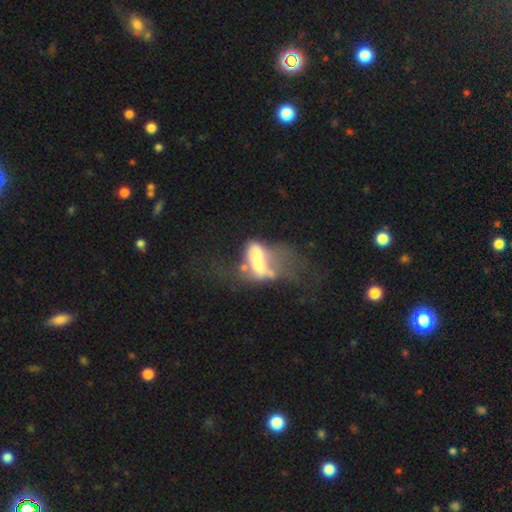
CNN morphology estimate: smooth_or_featured: featured or disk (p=0.53) [alt: smooth p=0.35]
disk_edge_on: no (p=0.94) [alt: yes p=0.06]
merging: merger (p=0.44) [alt: major disturbance p=0.36]